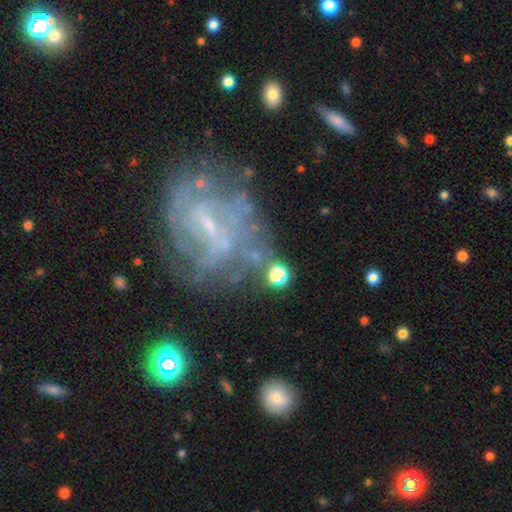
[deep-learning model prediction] The model was most divided on "bar": weak: 37%, no: 35%, strong: 28%. Remaining: edge-on disk — no (95%); merging — none (63%); spiral arms — yes (60%); smooth or featured — featured or disk (57%); bulge size — small (40%).